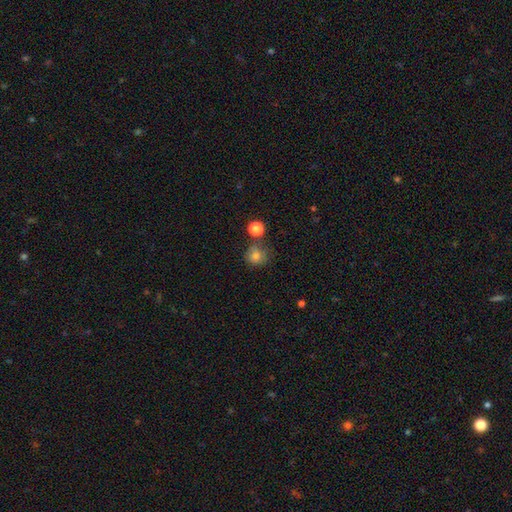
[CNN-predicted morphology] Q: Smooth or featured?
A: smooth (80%); runner-up: star or artifact (13%)
Q: How rounded?
A: round (86%); runner-up: in between (13%)
Q: Merging?
A: none (63%); runner-up: minor disturbance (18%)